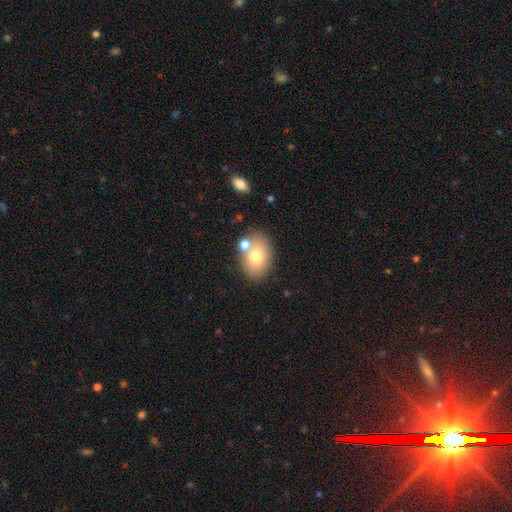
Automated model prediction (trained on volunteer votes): Smooth or featured: smooth — 73% (featured or disk — 18%)
How rounded: in between — 71% (round — 27%)
Merging: none — 67% (merger — 17%)